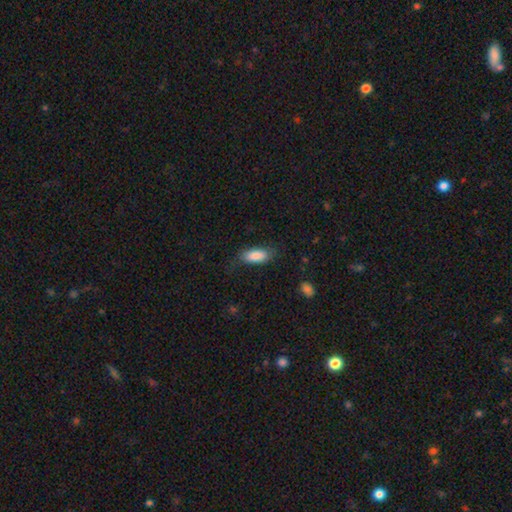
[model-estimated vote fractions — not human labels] A smooth galaxy with no disk features (86%) that is in between round and cigar-shaped (83%). Merging: none (72%).